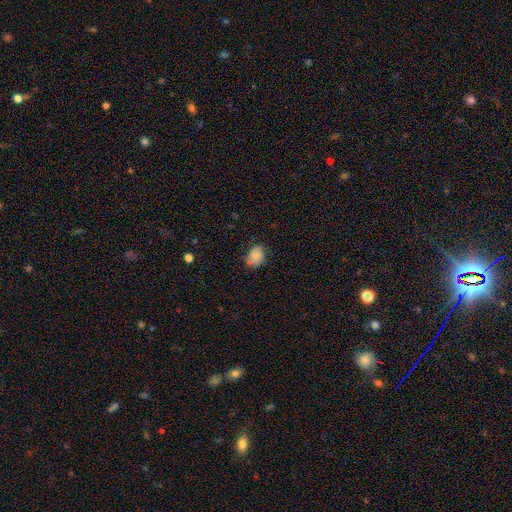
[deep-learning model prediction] A smooth galaxy with no disk features (80%) that is in between round and cigar-shaped (66%). Merging: none (68%).